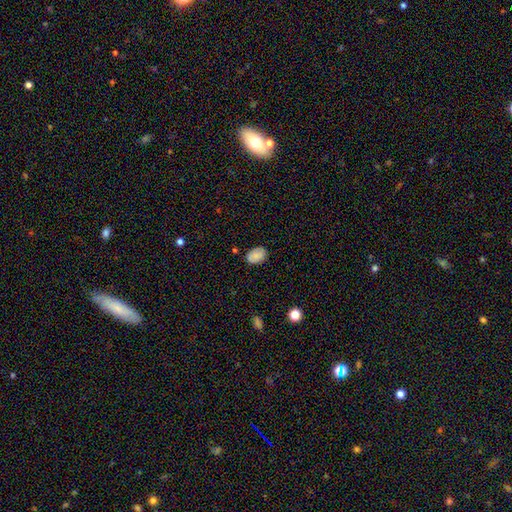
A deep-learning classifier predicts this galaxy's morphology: Smooth or featured? Predicted: smooth (p=0.83). How rounded? Predicted: in between (p=0.80). Merging? Predicted: none (p=0.82).